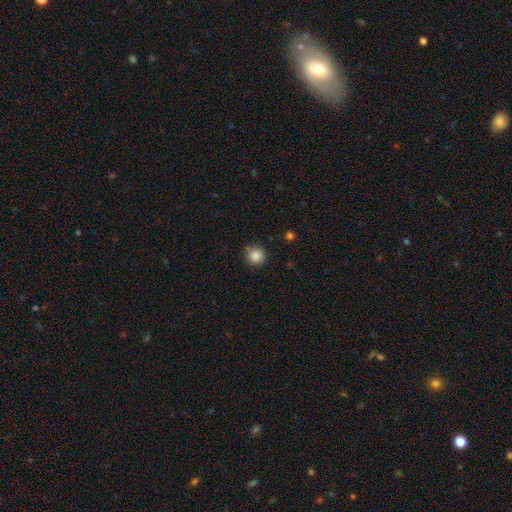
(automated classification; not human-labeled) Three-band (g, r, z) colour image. It shows a smooth galaxy with no disk features (86%) that is round (94%). Merging: none (84%).